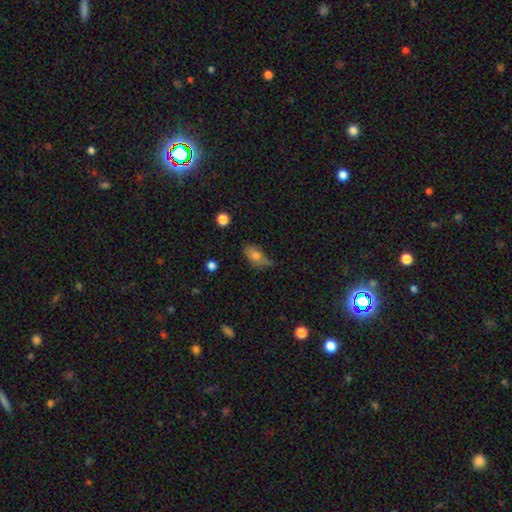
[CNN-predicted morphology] The model was most divided on "merging": none: 46%, minor disturbance: 38%, major disturbance: 13%, merger: 4%. More confident: how rounded — in between (86%); smooth or featured — smooth (74%).